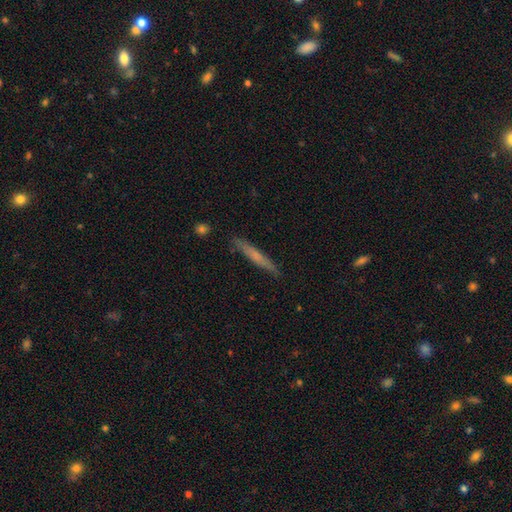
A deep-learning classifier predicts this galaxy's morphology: A smooth galaxy with no disk features (54%) that is cigar-shaped (96%). Merging: none (87%).